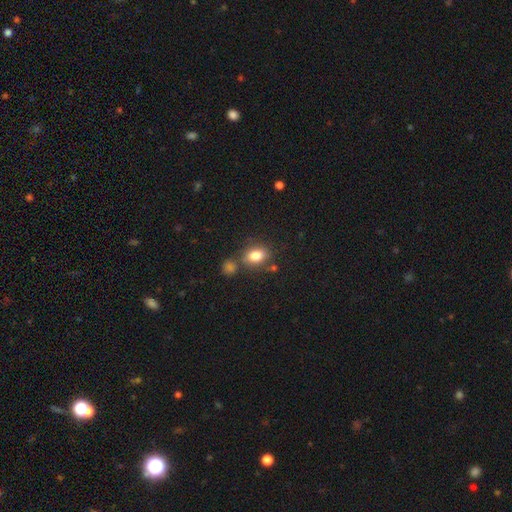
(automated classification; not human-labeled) A smooth galaxy with no disk features (82%) that is in between round and cigar-shaped (76%). Merging: none (65%).